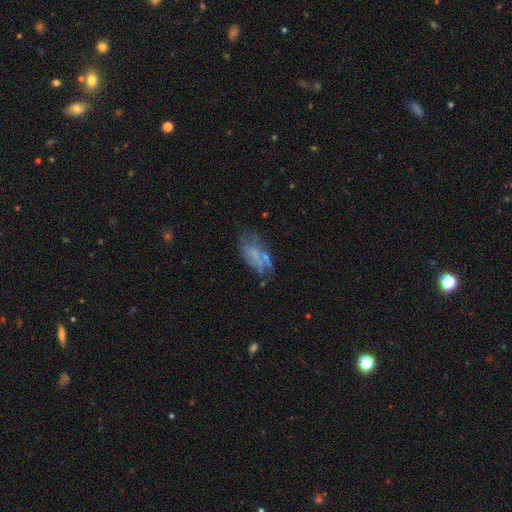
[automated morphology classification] Smooth or featured?
  - featured or disk: 49% *
  - smooth: 38%
  - star or artifact: 13%
Merging?
  - none: 43% *
  - minor disturbance: 25%
  - major disturbance: 22%
  - merger: 10%